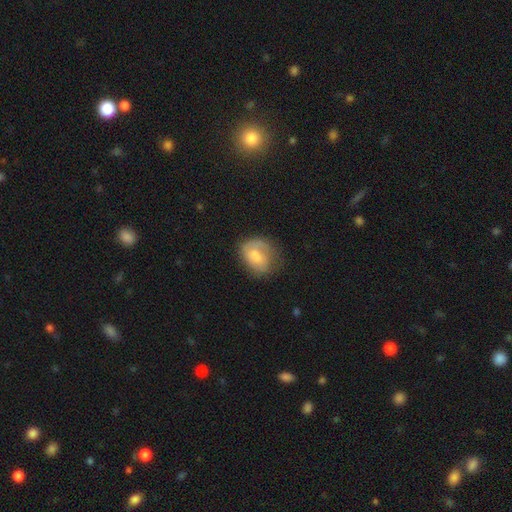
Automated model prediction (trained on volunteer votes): This is possibly a smooth galaxy (58%). How rounded: possibly in between (57%). Merging: possibly none (47%).